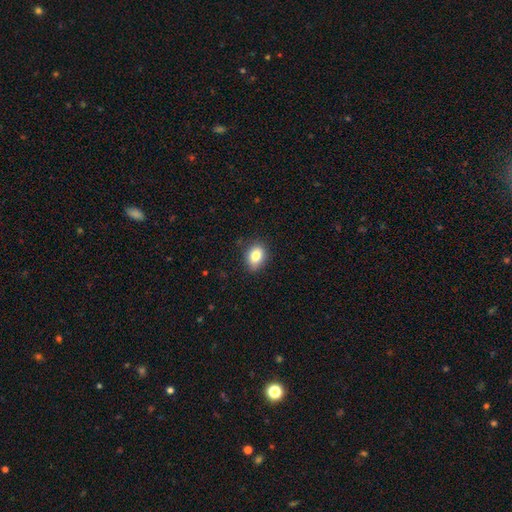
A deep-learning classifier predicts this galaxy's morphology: Smooth or featured? smooth (83%)
How rounded? in between (69%)
Merging? none (85%)